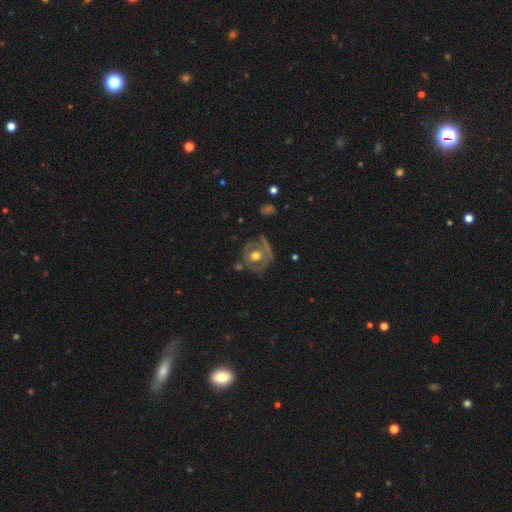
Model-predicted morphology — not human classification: Overall: featured or disk (57%; smooth 36%). Edge-on disk: no (95%). Bar: no (82%). Spiral arms: no (65%; yes 35%). Bulge size: moderate (76%). Merging: none (62%).